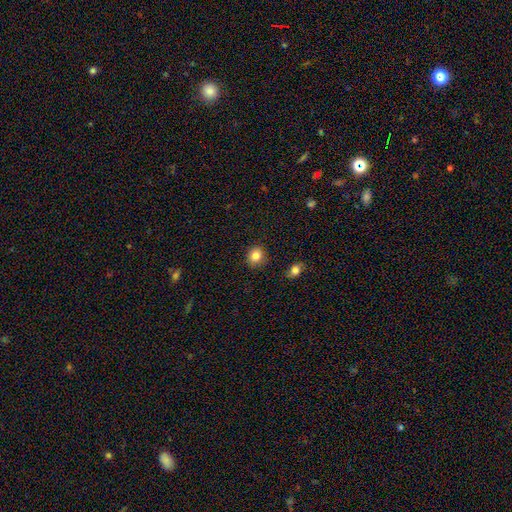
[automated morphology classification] Smooth or featured? Predicted: smooth (p=0.84). How rounded? Predicted: round (p=0.78). Merging? Predicted: none (p=0.88).